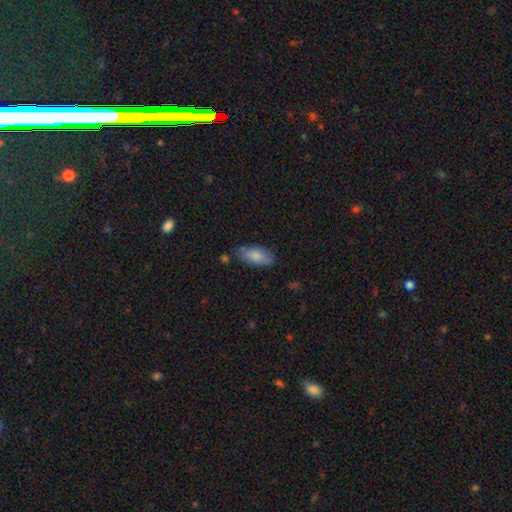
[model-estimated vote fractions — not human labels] Smooth or featured: smooth — 83% (featured or disk — 11%)
How rounded: in between — 85% (cigar-shaped — 13%)
Merging: none — 73% (minor disturbance — 19%)